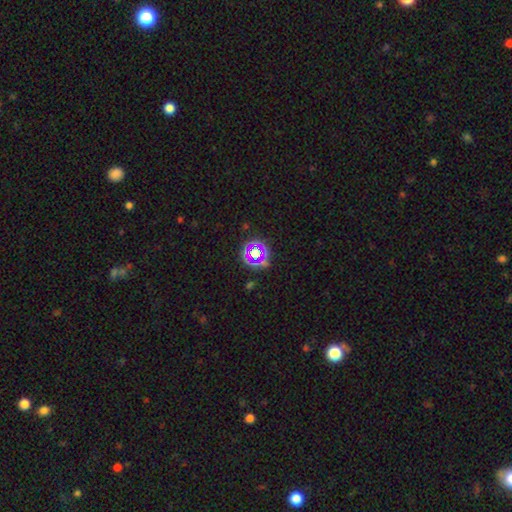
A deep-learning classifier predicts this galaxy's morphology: This appears to be a star or artifact, not a galaxy (60%).